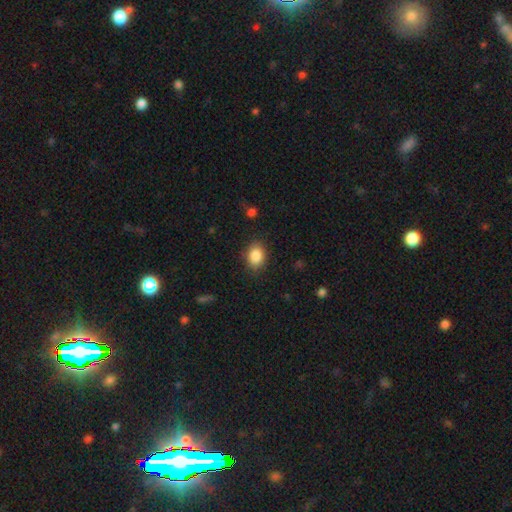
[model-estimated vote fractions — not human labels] Smooth or featured: smooth — 88% (star or artifact — 8%)
How rounded: in between — 72% (round — 27%)
Merging: none — 84% (minor disturbance — 12%)